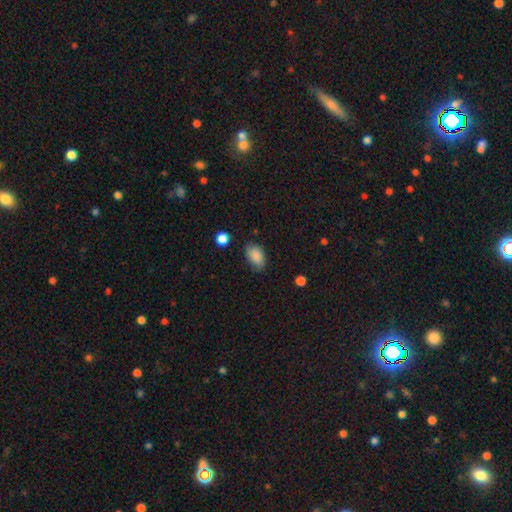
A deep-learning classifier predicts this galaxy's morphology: This is clearly a smooth galaxy (87%). How rounded: clearly in between (90%). Merging: likely none (75%).